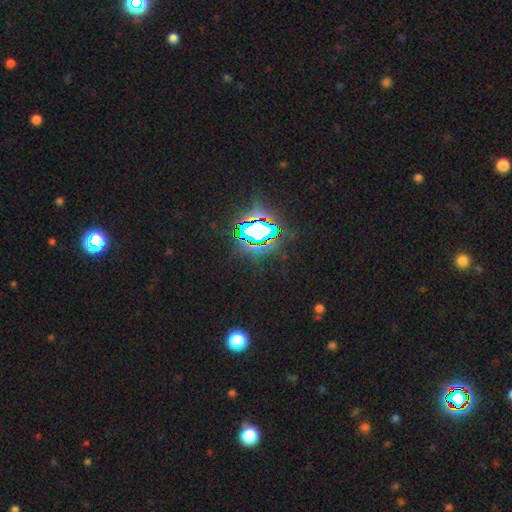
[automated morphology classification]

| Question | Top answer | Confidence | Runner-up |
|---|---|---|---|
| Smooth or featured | star or artifact | 83% | smooth (11%) |